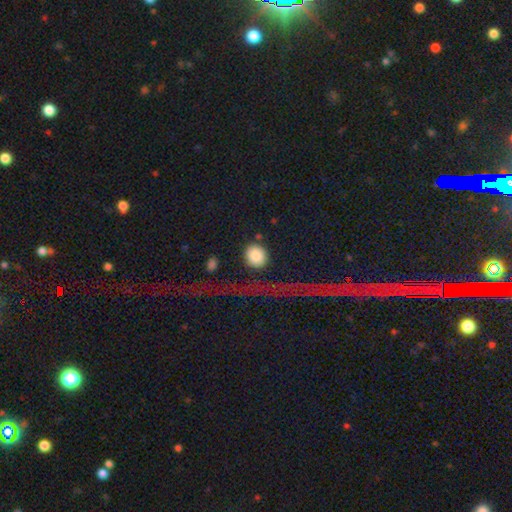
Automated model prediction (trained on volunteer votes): Smooth or featured? smooth (84%)
How rounded? round (87%)
Merging? none (78%)